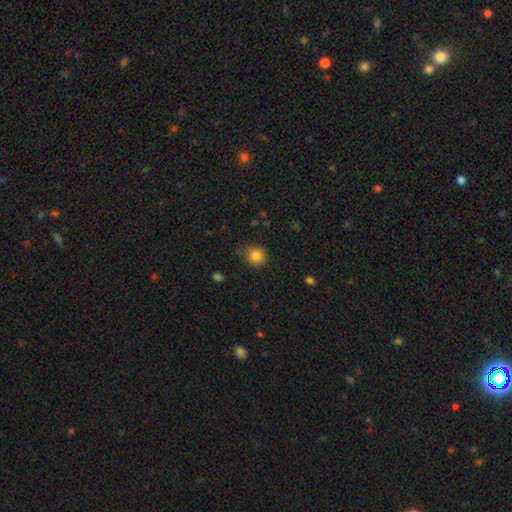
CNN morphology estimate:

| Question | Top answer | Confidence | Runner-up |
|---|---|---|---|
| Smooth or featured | smooth | 83% | star or artifact (11%) |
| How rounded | round | 87% | in between (12%) |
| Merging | none | 79% | minor disturbance (16%) |